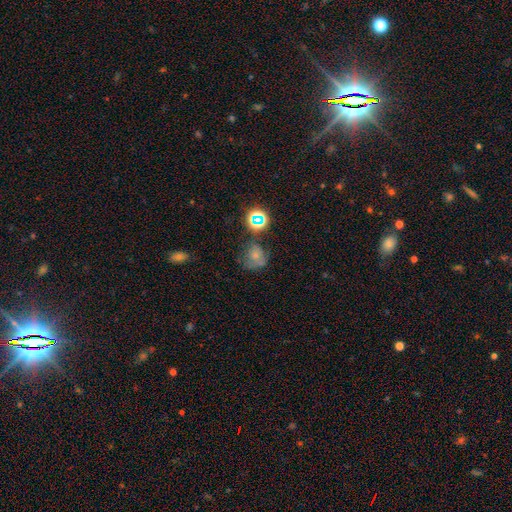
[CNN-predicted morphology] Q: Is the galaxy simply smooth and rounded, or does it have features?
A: smooth — 59%.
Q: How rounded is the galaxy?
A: round — 74%.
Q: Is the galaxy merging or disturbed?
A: none — 44%.